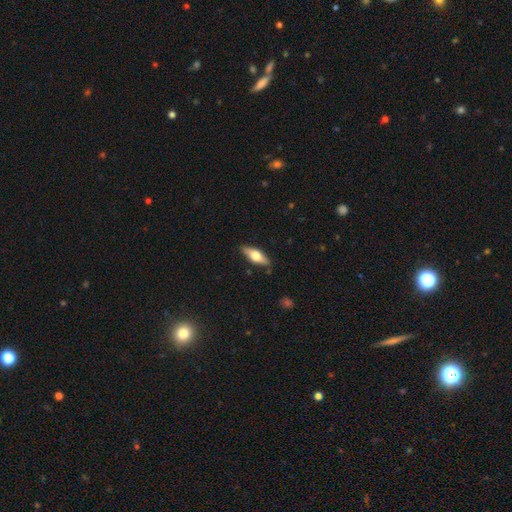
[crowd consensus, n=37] This is likely a smooth galaxy (68%). How rounded: clearly in between (80%). Merging: clearly none (92%).